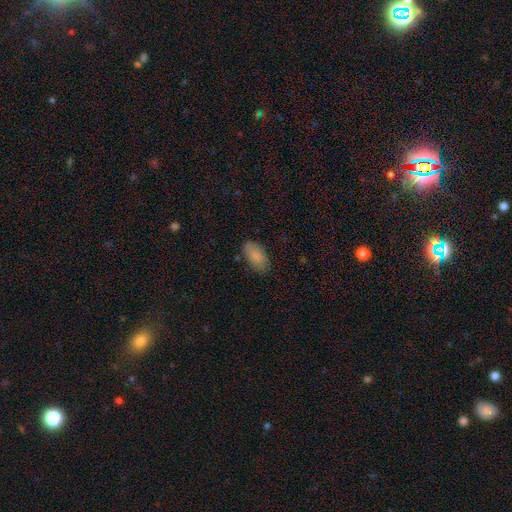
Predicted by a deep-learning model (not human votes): smooth-or-featured: smooth: 81% | featured or disk: 12% | star or artifact: 7%
  how-rounded: in between: 94% | round: 4% | cigar-shaped: 3%
  merging: none: 77% | minor disturbance: 18% | major disturbance: 4% | merger: 2%